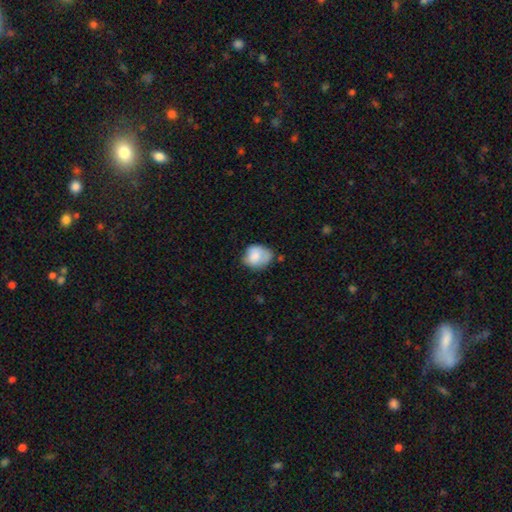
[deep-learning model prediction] Smooth or featured: smooth — 79% (featured or disk — 13%)
How rounded: in between — 50% (tied with round — 50%)
Merging: none — 48% (minor disturbance — 37%)